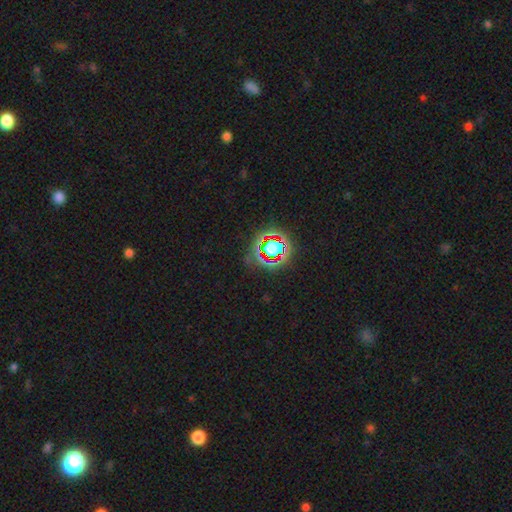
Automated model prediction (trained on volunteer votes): Overall: star or artifact (78%).